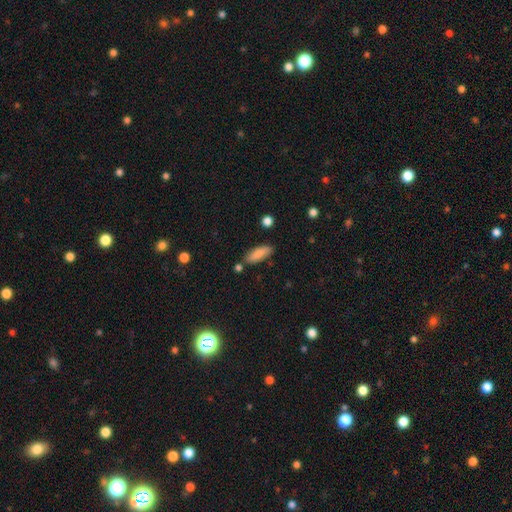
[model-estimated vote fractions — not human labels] A smooth galaxy with no disk features (83%) that is in between round and cigar-shaped (59%).

Vote fractions:
- Smooth or featured? smooth: 83% / featured or disk: 9% / star or artifact: 9%
- How rounded? in between: 59% / cigar-shaped: 39% / round: 2%
- Merging? none: 80% / minor disturbance: 13% / merger: 4% / major disturbance: 3%